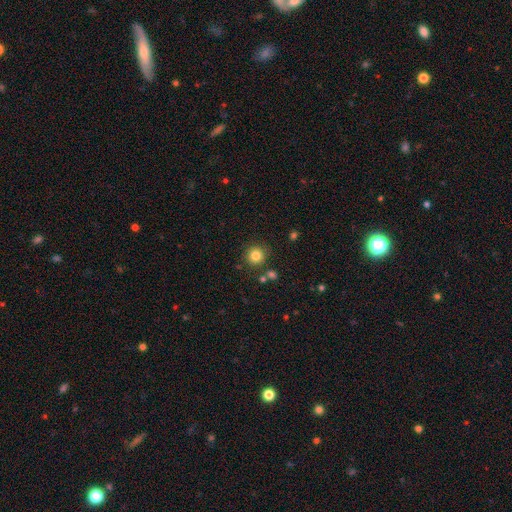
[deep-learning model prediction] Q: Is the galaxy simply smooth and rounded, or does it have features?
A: smooth — 83%.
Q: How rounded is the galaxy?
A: round — 93%.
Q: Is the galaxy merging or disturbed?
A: none — 84%.